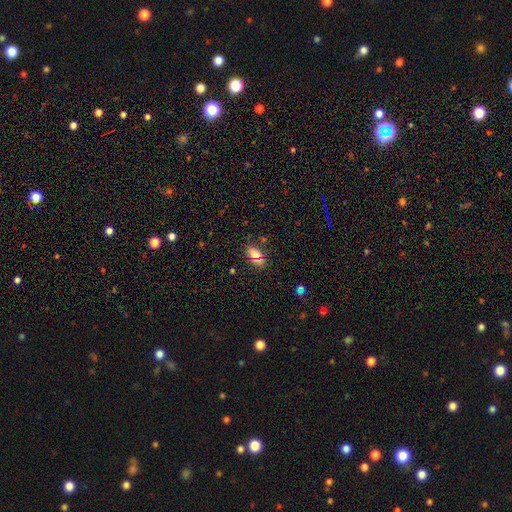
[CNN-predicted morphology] A smooth galaxy with no disk features (69%) that is in between round and cigar-shaped (82%). Merging: none (81%).